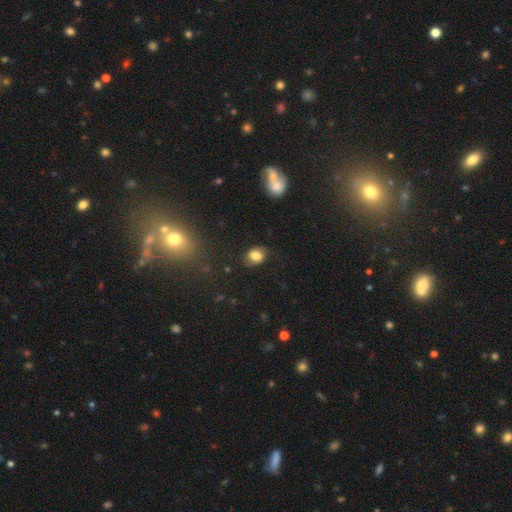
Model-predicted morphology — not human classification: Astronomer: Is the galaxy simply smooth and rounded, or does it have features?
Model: smooth — 80%.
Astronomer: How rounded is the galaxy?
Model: in between — 53% (runner-up: round, 46%).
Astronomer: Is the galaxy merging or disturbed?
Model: none — 78%.